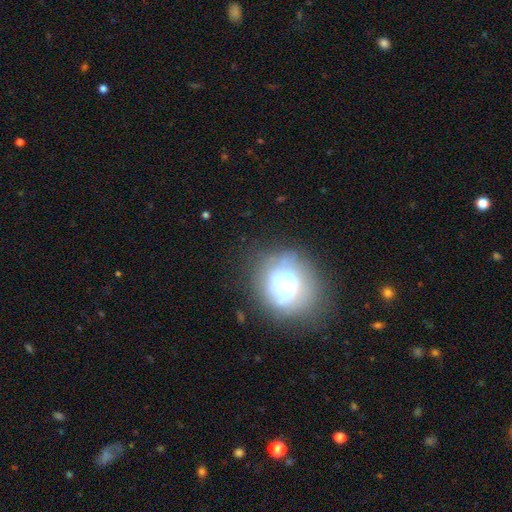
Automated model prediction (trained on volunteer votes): A featured or disk galaxy (43%).

Vote fractions:
- Smooth or featured? featured or disk: 43% / smooth: 42% / star or artifact: 16%
- Merging? none: 62% / minor disturbance: 20% / major disturbance: 12% / merger: 6%